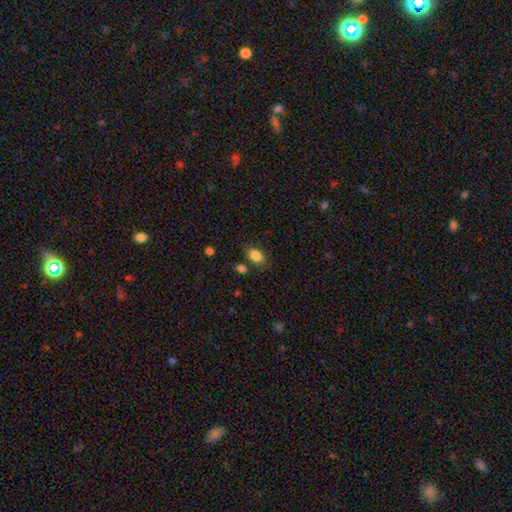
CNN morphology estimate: Smooth or featured: smooth — 86% (star or artifact — 9%)
How rounded: in between — 82% (round — 17%)
Merging: none — 76% (minor disturbance — 14%)